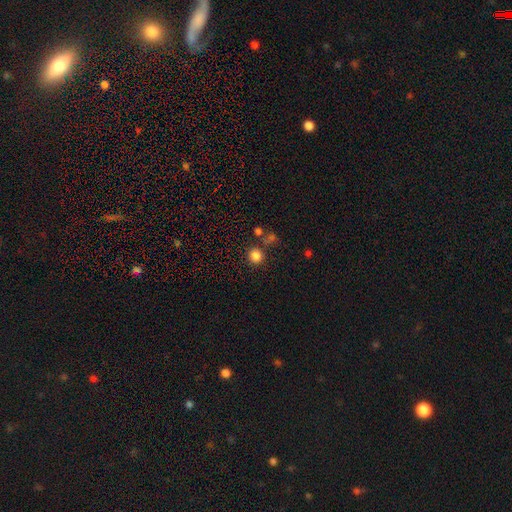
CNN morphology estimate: Q: Smooth or featured?
A: smooth (82%); runner-up: star or artifact (13%)
Q: How rounded?
A: round (91%); runner-up: in between (8%)
Q: Merging?
A: none (79%); runner-up: merger (9%)